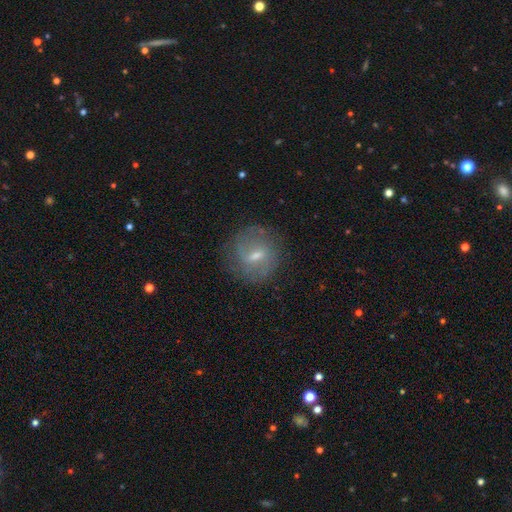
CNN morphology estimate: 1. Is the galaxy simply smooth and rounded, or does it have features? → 56% featured or disk, 35% smooth, 9% star or artifact.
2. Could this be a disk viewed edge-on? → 94% no, 6% yes.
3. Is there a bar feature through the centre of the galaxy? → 59% weak, 23% strong, 18% no.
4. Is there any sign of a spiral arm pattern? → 60% yes, 40% no.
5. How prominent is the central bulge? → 49% small, 41% moderate, 6% none, 3% large, 1% dominant.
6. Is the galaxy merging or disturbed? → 74% none, 16% minor disturbance, 8% major disturbance, 2% merger.